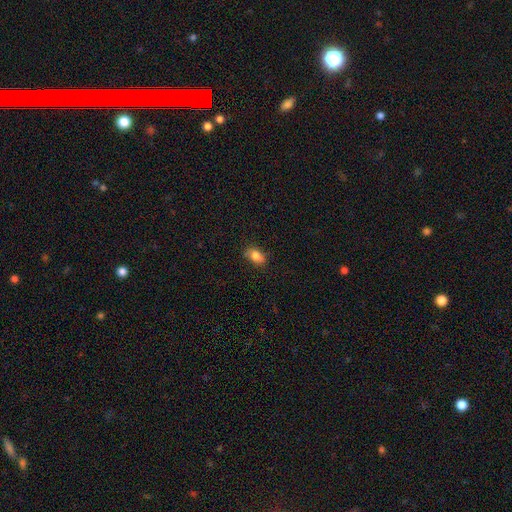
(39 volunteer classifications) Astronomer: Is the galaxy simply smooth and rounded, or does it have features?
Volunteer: smooth — 79%.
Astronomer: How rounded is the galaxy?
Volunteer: in between — 77%.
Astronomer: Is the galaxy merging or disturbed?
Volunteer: none — 81%.